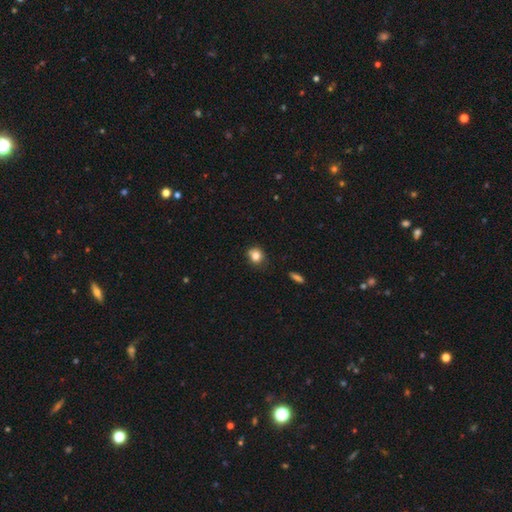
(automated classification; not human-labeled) Smooth or featured? smooth (80%)
How rounded? round (77%)
Merging? none (76%)